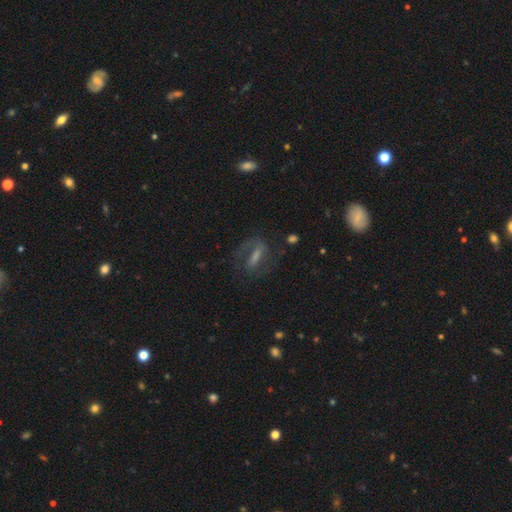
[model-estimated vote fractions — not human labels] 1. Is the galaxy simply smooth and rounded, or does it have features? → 58% featured or disk, 29% smooth, 13% star or artifact.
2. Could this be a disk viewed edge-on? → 87% no, 13% yes.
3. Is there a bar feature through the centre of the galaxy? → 55% strong, 30% weak, 15% no.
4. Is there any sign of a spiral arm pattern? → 76% yes, 24% no.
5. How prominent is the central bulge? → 31% moderate, 27% small, 27% none, 12% large, 3% dominant.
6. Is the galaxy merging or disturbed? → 63% none, 18% major disturbance, 16% minor disturbance, 2% merger.